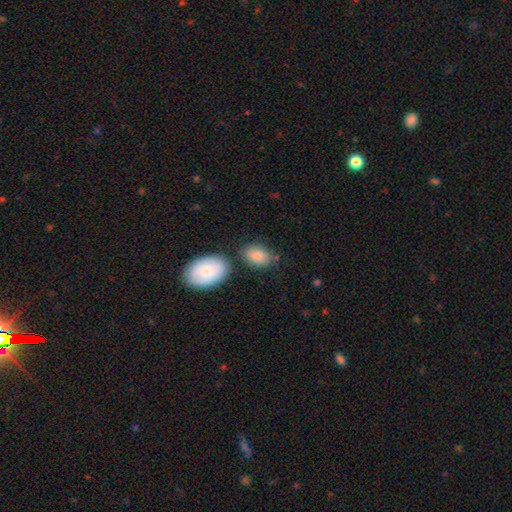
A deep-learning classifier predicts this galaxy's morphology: smooth_or_featured: smooth (p=0.83) [alt: featured or disk p=0.10]
how_rounded: in between (p=0.85) [alt: round p=0.14]
merging: none (p=0.65) [alt: merger p=0.16]